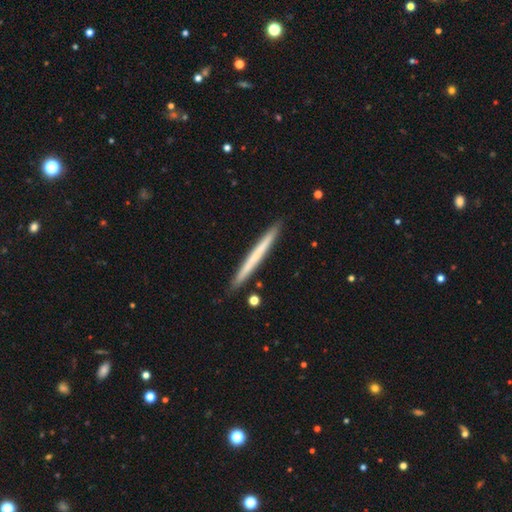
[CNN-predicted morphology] Overall: smooth (54%; featured or disk 40%). How rounded: cigar-shaped (97%). Merging: none (91%).